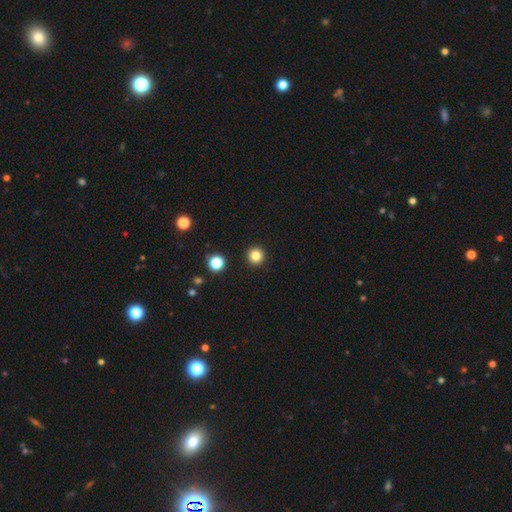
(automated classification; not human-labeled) Smooth or featured? Predicted: smooth (p=0.83). How rounded? Predicted: round (p=0.96). Merging? Predicted: none (p=0.93).